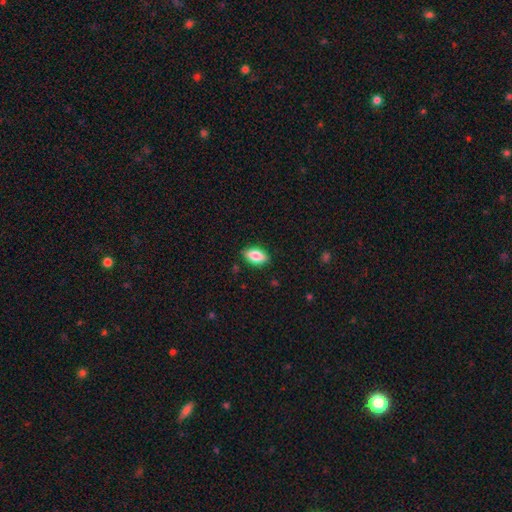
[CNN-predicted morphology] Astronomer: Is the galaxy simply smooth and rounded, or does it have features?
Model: smooth — 82%.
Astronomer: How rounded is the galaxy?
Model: in between — 89%.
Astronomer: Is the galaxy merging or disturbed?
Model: none — 86%.